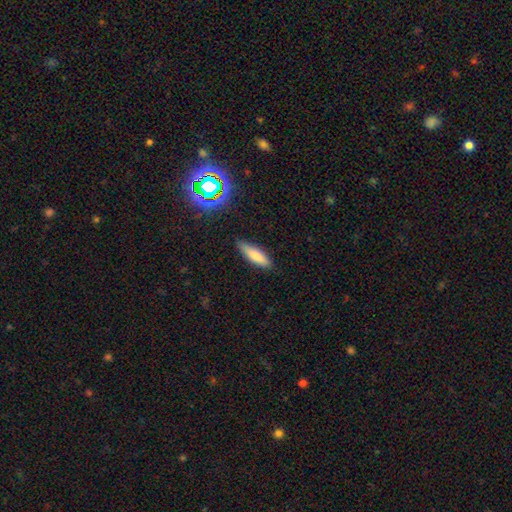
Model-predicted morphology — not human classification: Smooth or featured?
  - smooth: 80% *
  - featured or disk: 12%
  - star or artifact: 8%
How rounded?
  - cigar-shaped: 58% *
  - in between: 40%
  - round: 2%
Merging?
  - none: 81% *
  - minor disturbance: 14%
  - major disturbance: 3%
  - merger: 2%